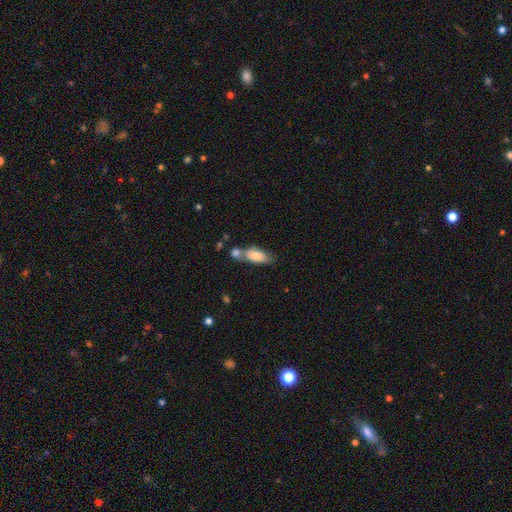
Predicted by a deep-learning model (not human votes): Smooth or featured? smooth (76%)
How rounded? in between (83%)
Merging? none (41%)